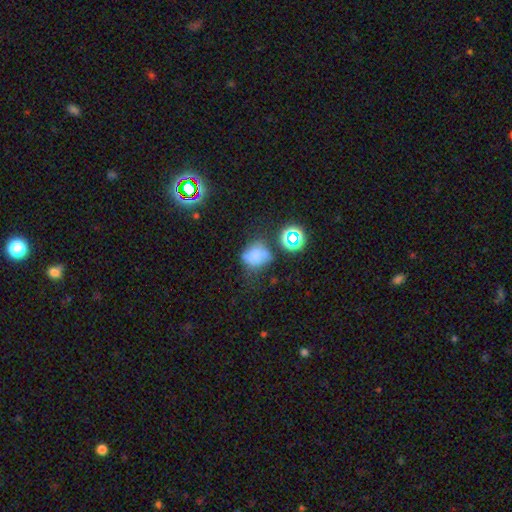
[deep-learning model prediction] Smooth or featured? Predicted: smooth (p=0.59). How rounded? Predicted: round (p=0.64). Merging? Predicted: none (p=0.44).